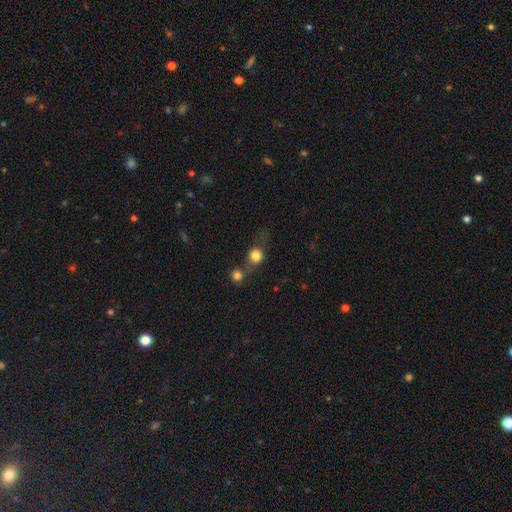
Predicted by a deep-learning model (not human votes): This appears to be a smooth galaxy with no disk features (77%) that is round (78%). Merging: merger (41%).